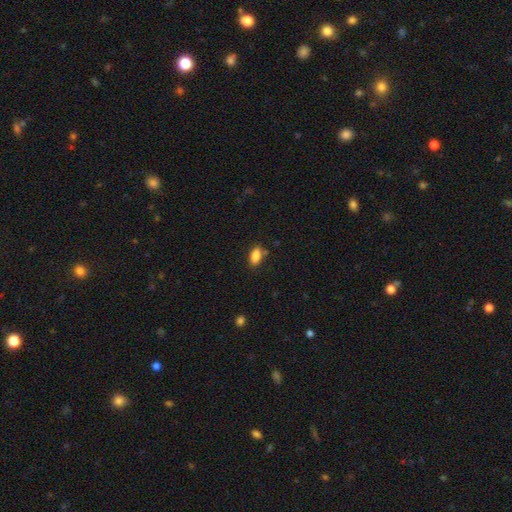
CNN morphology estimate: type=smooth (87%); roundness=in between (90%); merging=none (80%).